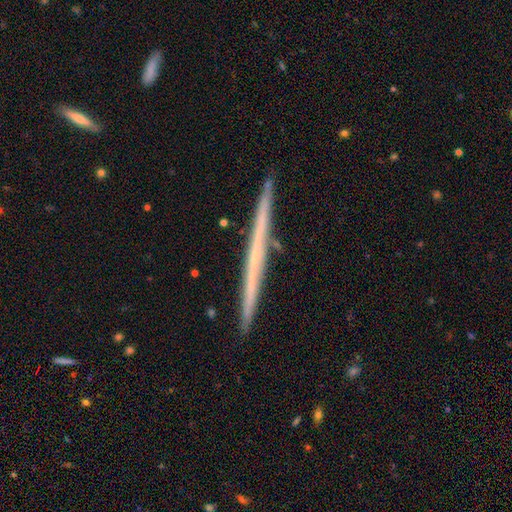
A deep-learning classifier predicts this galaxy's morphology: This is likely a featured or disk galaxy (61%). It is clearly viewed edge-on (98%). Edge-on bulge: clearly none (90%). Merging: clearly none (92%).